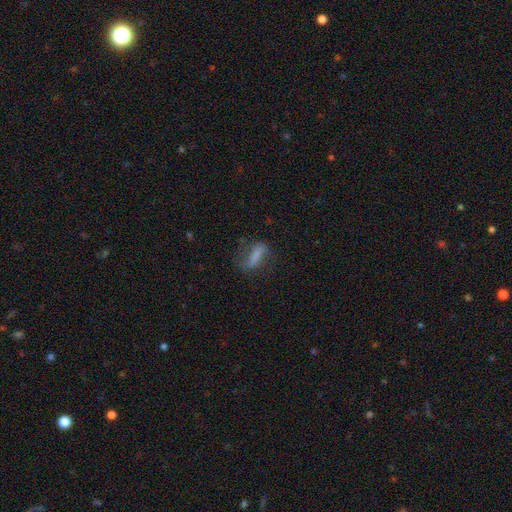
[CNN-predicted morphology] A smooth galaxy with no disk features (58%) that is cigar-shaped (48%). Merging: none (58%).